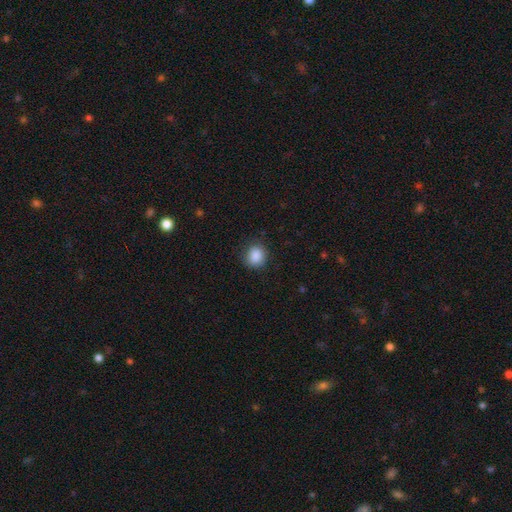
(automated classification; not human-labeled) Smooth or featured?
  - smooth: 88% *
  - star or artifact: 9%
  - featured or disk: 3%
How rounded?
  - round: 76% *
  - in between: 23%
  - cigar-shaped: 1%
Merging?
  - none: 83% *
  - minor disturbance: 13%
  - major disturbance: 3%
  - merger: 1%